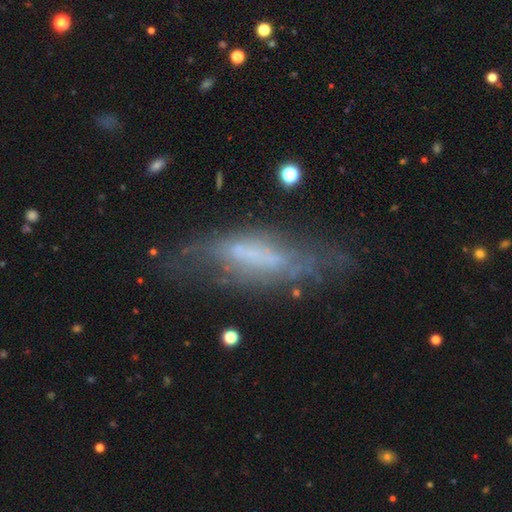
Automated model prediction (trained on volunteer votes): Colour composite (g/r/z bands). It shows a featured or disk galaxy (54%). Merging: none (54%).